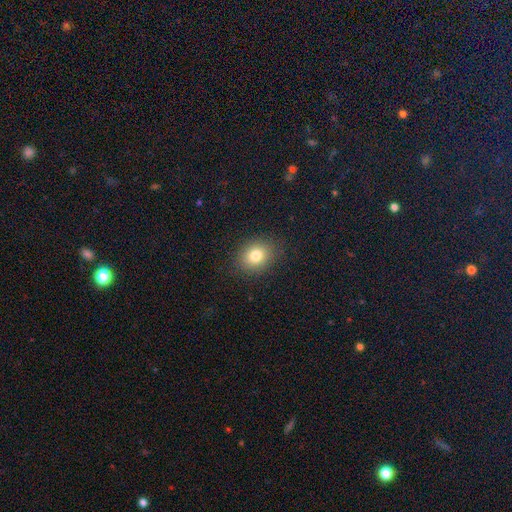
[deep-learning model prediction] smooth-or-featured: smooth: 80% | star or artifact: 12% | featured or disk: 8%
  how-rounded: round: 56% | in between: 43% | cigar-shaped: 1%
  merging: none: 88% | minor disturbance: 8% | major disturbance: 3% | merger: 1%